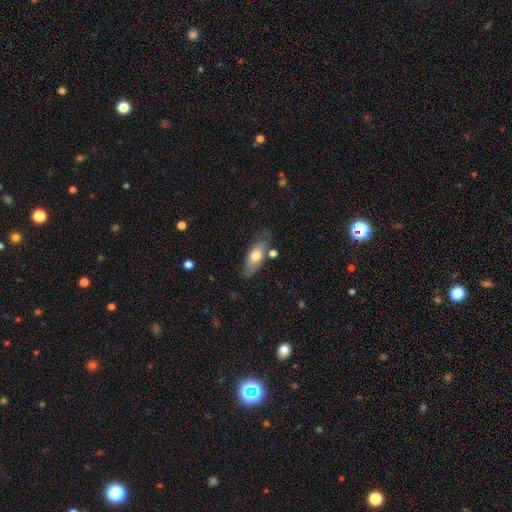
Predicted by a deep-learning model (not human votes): Morphology: type=smooth (68%); roundness=in between (80%); merging=none (66%).